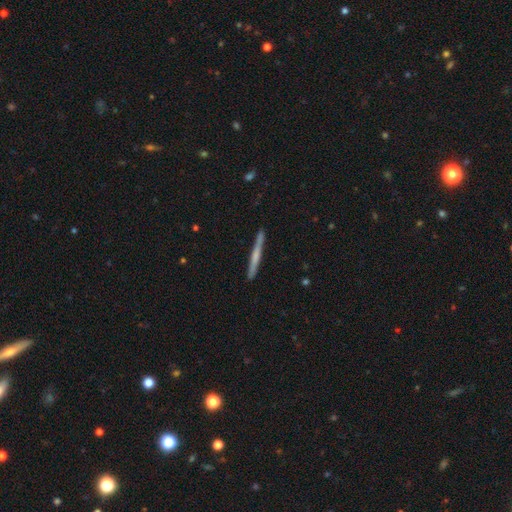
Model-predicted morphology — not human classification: smooth-or-featured: featured or disk: 49% | smooth: 45% | star or artifact: 6%
  merging: none: 89% | minor disturbance: 8% | major disturbance: 1% | merger: 1%